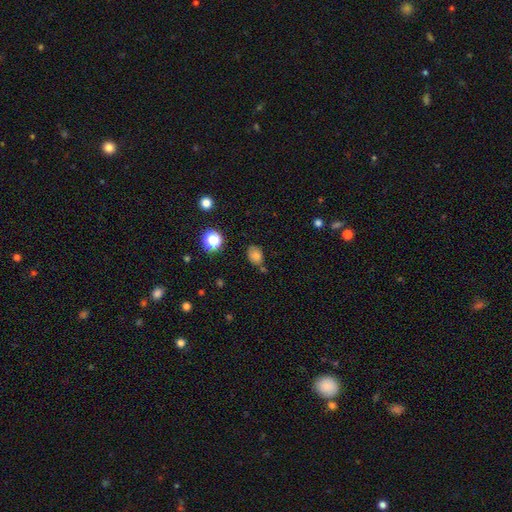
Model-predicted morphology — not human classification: This is likely a smooth galaxy (75%). How rounded: likely in between (65%). Merging: likely none (63%).